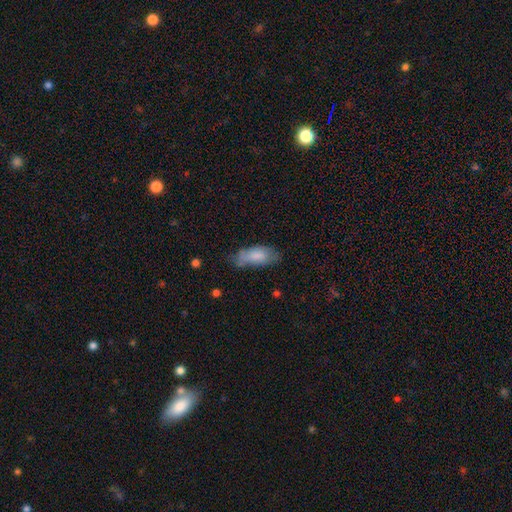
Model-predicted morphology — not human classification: type=smooth (79%); roundness=in between (82%); merging=none (49%).